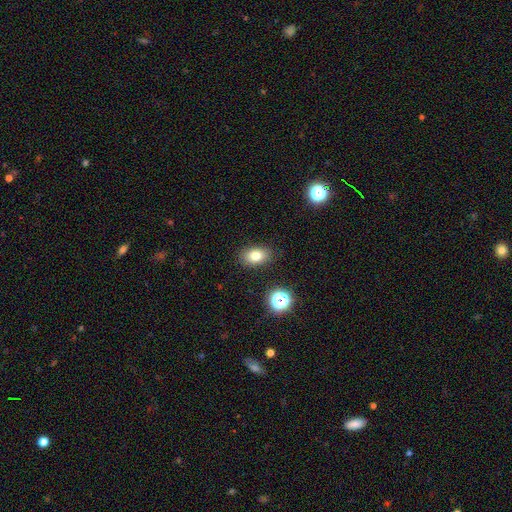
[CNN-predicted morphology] Q: Smooth or featured?
A: smooth (77%); runner-up: star or artifact (12%)
Q: How rounded?
A: in between (83%); runner-up: round (15%)
Q: Merging?
A: none (86%); runner-up: minor disturbance (9%)